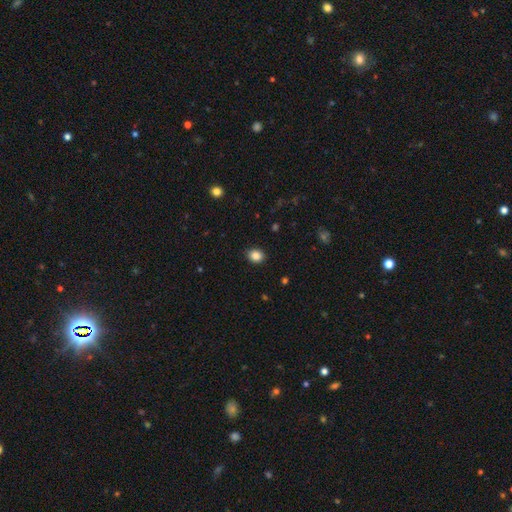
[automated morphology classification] smooth 86%, star or artifact 10%, featured or disk 4%. Down the decision tree: how rounded — round (57%); merging — none (89%).